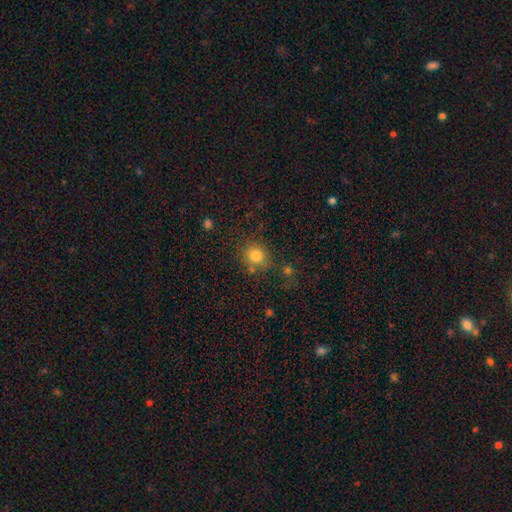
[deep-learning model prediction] Smooth or featured? smooth (81%)
How rounded? round (82%)
Merging? none (74%)